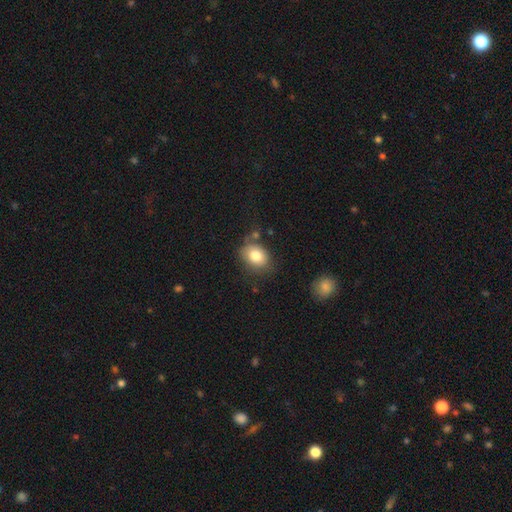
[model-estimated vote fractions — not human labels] This appears to be a smooth galaxy with no disk features (81%) that is in between round and cigar-shaped (61%). Merging: none (69%).